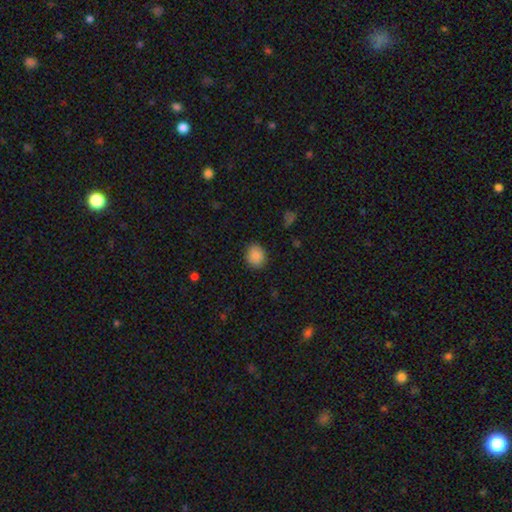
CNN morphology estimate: smooth_or_featured: smooth (p=0.88) [alt: star or artifact p=0.08]
how_rounded: round (p=0.70) [alt: in between p=0.29]
merging: none (p=0.87) [alt: minor disturbance p=0.10]